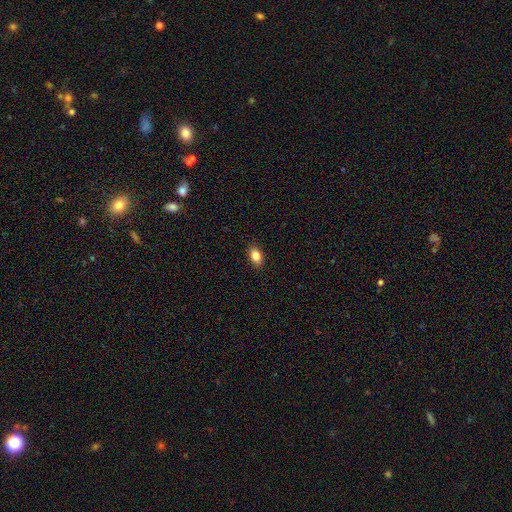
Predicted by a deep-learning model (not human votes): smooth-or-featured: smooth: 85% | star or artifact: 9% | featured or disk: 6%
  how-rounded: in between: 85% | round: 14% | cigar-shaped: 2%
  merging: none: 89% | minor disturbance: 8% | major disturbance: 2% | merger: 1%